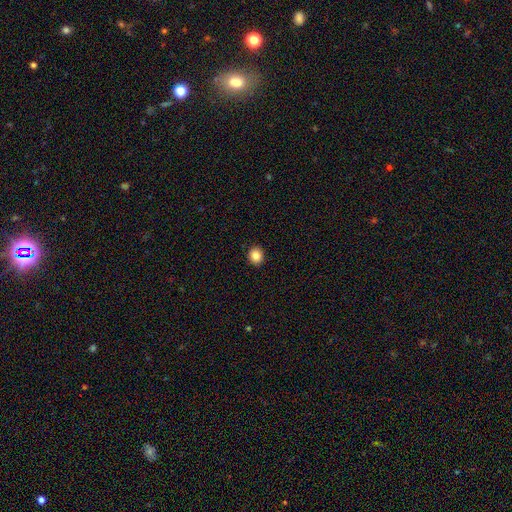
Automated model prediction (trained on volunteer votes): Smooth or featured? smooth (86%)
How rounded? round (76%)
Merging? none (92%)